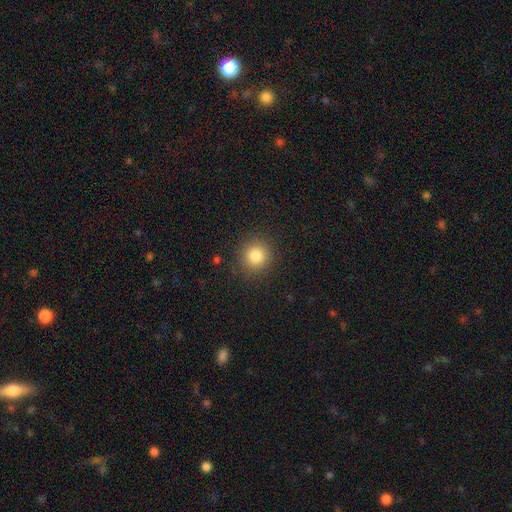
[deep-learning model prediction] Smooth or featured?
  - smooth: 82% *
  - star or artifact: 12%
  - featured or disk: 6%
How rounded?
  - round: 91% *
  - in between: 8%
  - cigar-shaped: 1%
Merging?
  - none: 89% *
  - minor disturbance: 7%
  - major disturbance: 3%
  - merger: 1%